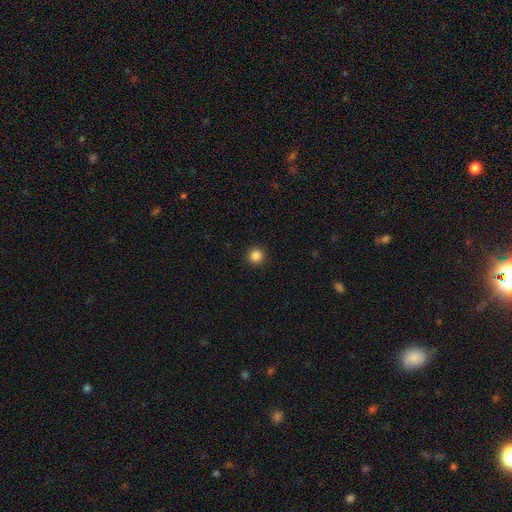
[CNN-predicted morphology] Smooth or featured? smooth (86%)
How rounded? round (96%)
Merging? none (93%)